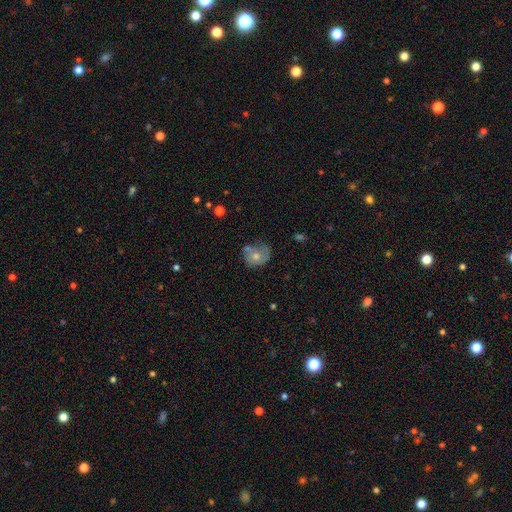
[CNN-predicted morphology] Smooth or featured: smooth — 51% (featured or disk — 40%)
How rounded: round — 62% (in between — 37%)
Merging: none — 41% (minor disturbance — 31%)